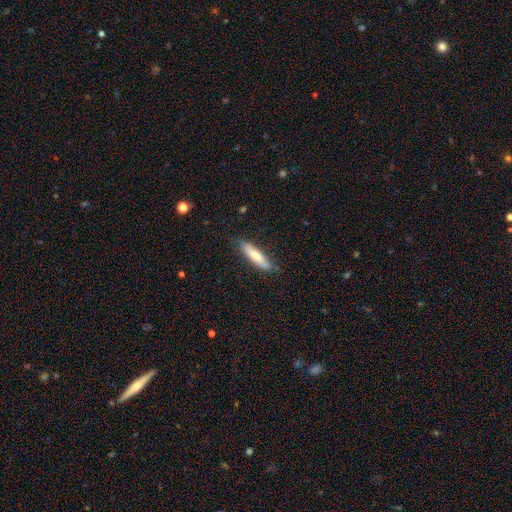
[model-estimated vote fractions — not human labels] Morphology: type=smooth (66%); roundness=cigar-shaped (73%); merging=none (83%).